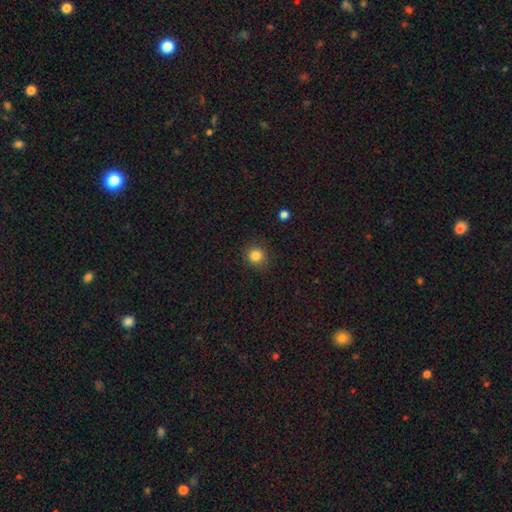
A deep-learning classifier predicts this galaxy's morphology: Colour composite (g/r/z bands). It shows a smooth galaxy with no disk features (83%) that is round (90%). Merging: none (88%).